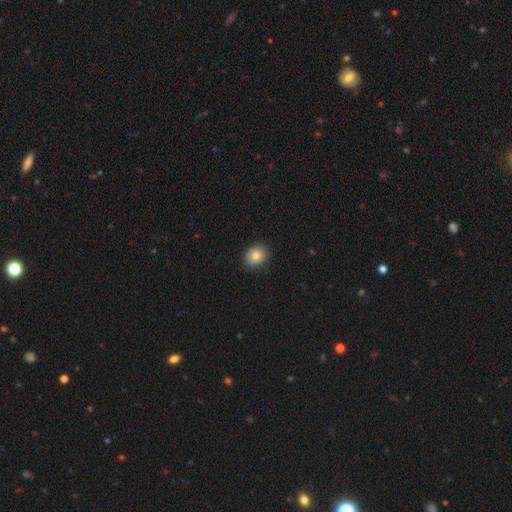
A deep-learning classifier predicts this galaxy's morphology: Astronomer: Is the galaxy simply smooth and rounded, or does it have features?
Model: smooth — 83%.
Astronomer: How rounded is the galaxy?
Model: round — 54% (runner-up: in between, 45%).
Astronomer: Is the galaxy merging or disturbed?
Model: none — 88%.